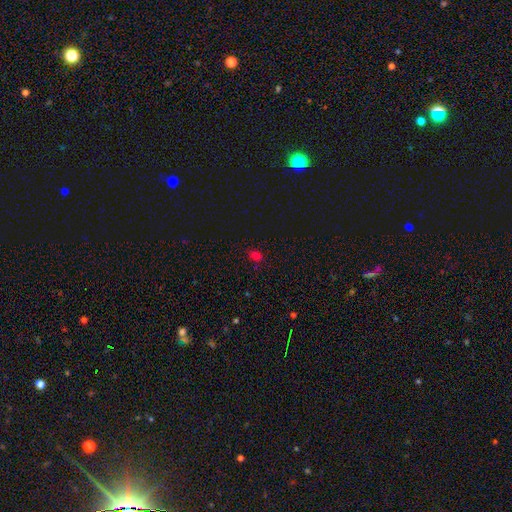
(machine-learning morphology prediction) A smooth galaxy with no disk features (69%) that is in between round and cigar-shaped (68%). Merging: none (81%).